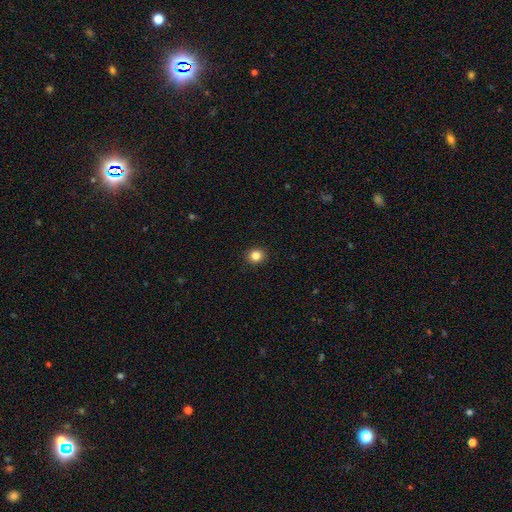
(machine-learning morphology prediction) Smooth or featured?
  - smooth: 84% *
  - star or artifact: 11%
  - featured or disk: 5%
How rounded?
  - round: 83% *
  - in between: 16%
  - cigar-shaped: 1%
Merging?
  - none: 93% *
  - minor disturbance: 5%
  - major disturbance: 2%
  - merger: 1%